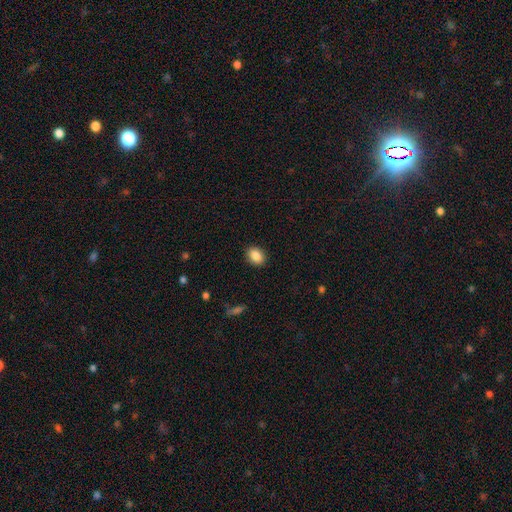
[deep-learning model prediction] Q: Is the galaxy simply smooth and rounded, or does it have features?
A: smooth — 87%.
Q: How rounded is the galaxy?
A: in between — 64%.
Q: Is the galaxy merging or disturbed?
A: none — 90%.